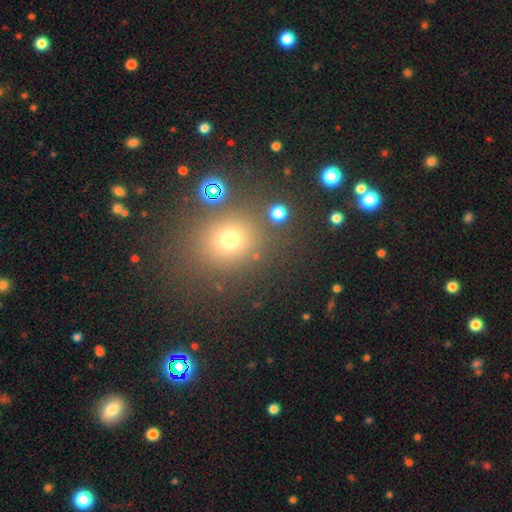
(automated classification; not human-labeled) Smooth or featured? smooth (64%)
How rounded? round (77%)
Merging? none (81%)